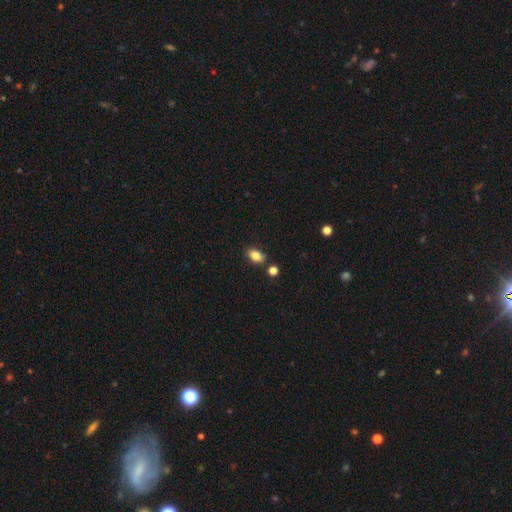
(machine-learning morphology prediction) Smooth or featured? Predicted: smooth (p=0.82). How rounded? Predicted: in between (p=0.83). Merging? Predicted: none (p=0.77).